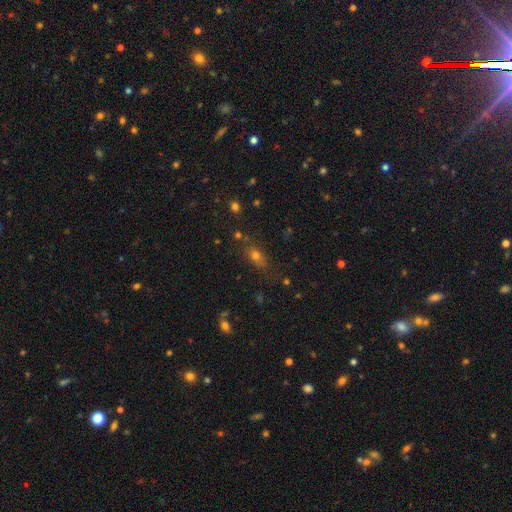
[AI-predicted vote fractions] Smooth or featured? Predicted: smooth (p=0.62). How rounded? Predicted: in between (p=0.61). Merging? Predicted: none (p=0.73).